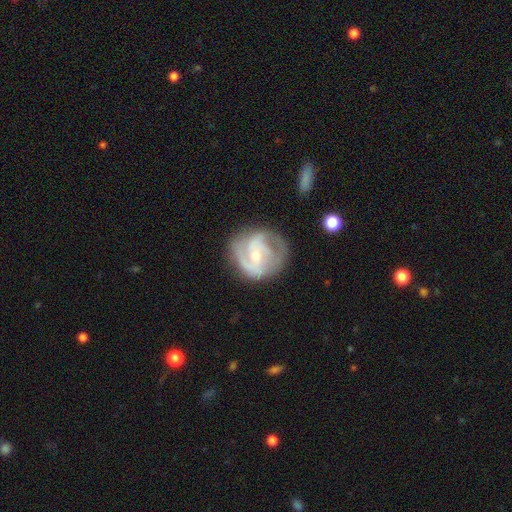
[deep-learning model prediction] A featured or disk galaxy (79%) with no bar (44%), 2 (51%) medium (48%) spiral arms (91%) and a small central bulge (60%).

Vote fractions:
- Smooth or featured? featured or disk: 79% / smooth: 15% / star or artifact: 6%
- Edge-on disk? no: 98% / yes: 2%
- Bar? no: 44% / weak: 42% / strong: 14%
- Spiral arms? yes: 91% / no: 9%
- Spiral winding? medium: 48% / tight: 35% / loose: 18%
- Spiral arm count? 2: 51% / 3: 20% / can't tell: 18% / 1: 5% / 4: 3% / more than 4: 3%
- Bulge size? small: 60% / moderate: 35% / none: 3% / large: 2% / dominant: 1%
- Merging? none: 64% / minor disturbance: 21% / major disturbance: 13% / merger: 2%